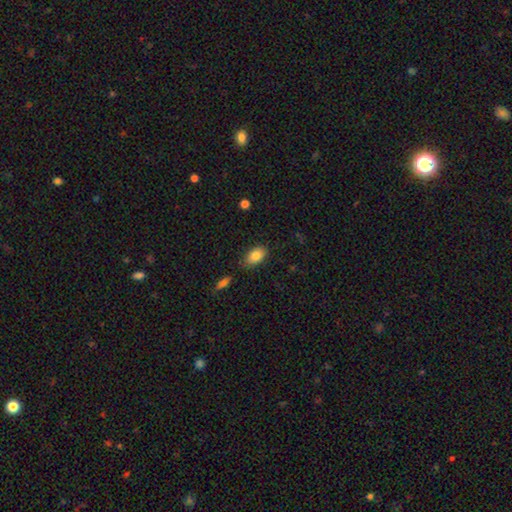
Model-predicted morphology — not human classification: type=smooth (84%); roundness=in between (90%); merging=none (77%).